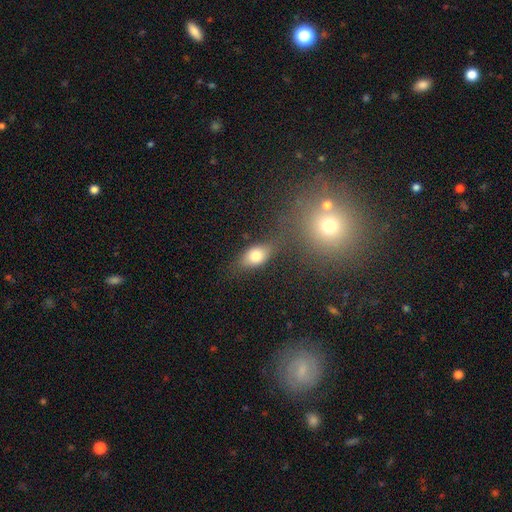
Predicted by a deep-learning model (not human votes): smooth 78%, featured or disk 13%, star or artifact 9%. Down the decision tree: how rounded — in between (78%); merging — none (67%).